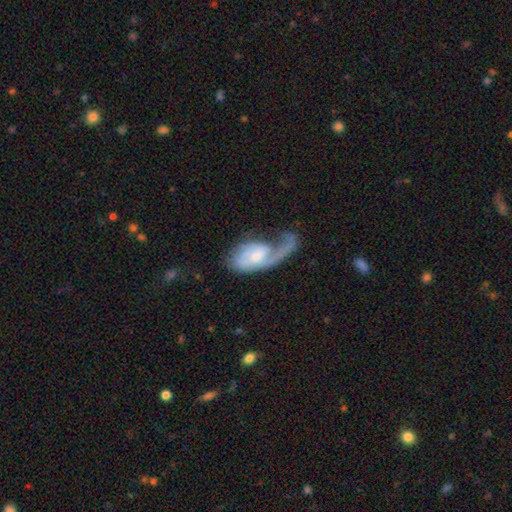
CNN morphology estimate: This is likely a featured or disk galaxy (72%). It is clearly not viewed edge-on (95%). Bar: possibly no (57%). Spiral arm pattern: clearly yes (88%). Spiral arm count: likely 1 (71%). Spiral winding: marginally loose (44%). Central bulge: possibly small (52%). Merging: possibly major disturbance (50%).